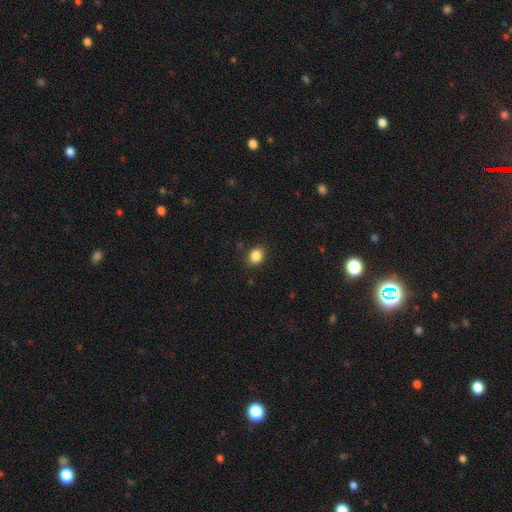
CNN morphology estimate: Overall: smooth (85%). How rounded: in between (55%; round 44%). Merging: none (86%).